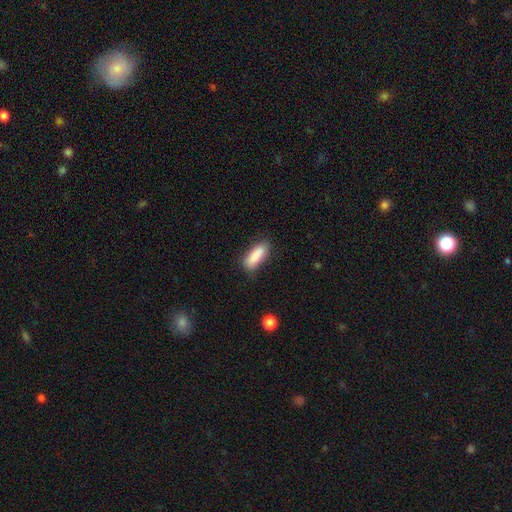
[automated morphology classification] This is clearly a smooth galaxy (87%). How rounded: likely in between (61%). Merging: likely none (76%).